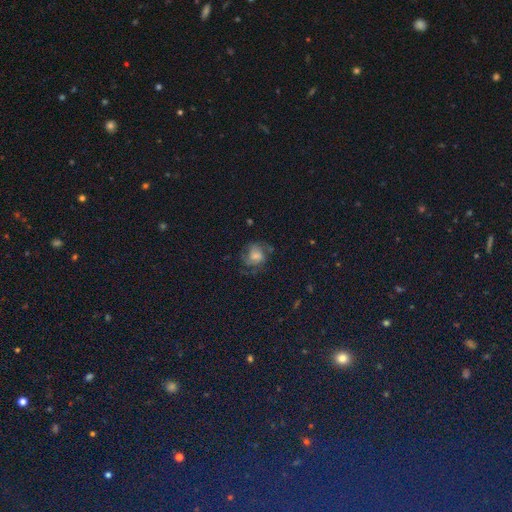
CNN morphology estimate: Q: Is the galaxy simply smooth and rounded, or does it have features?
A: featured or disk — 43%.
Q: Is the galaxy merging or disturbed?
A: none — 55%.